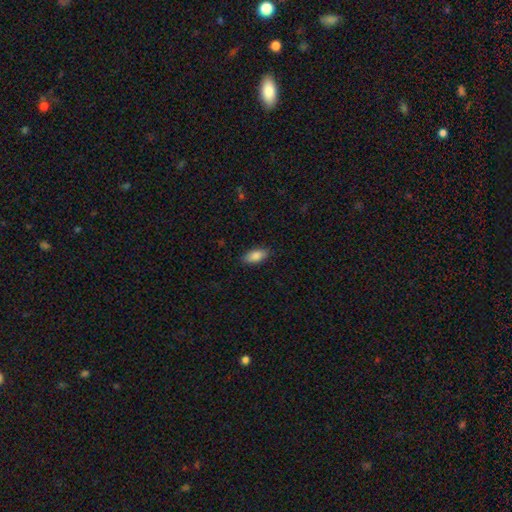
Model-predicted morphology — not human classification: type=smooth (87%); roundness=in between (88%); merging=none (88%).